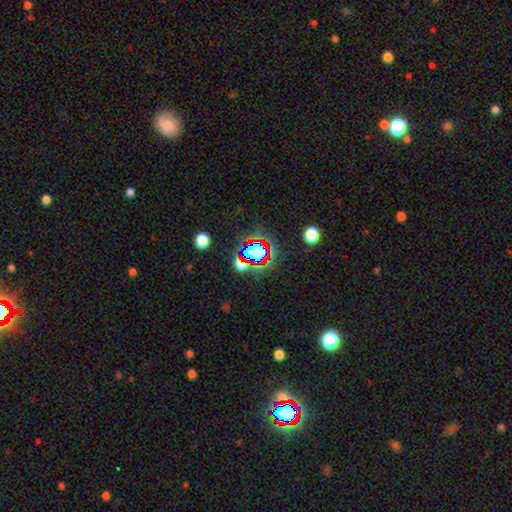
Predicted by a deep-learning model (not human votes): smooth-or-featured: star or artifact: 59% | smooth: 28% | featured or disk: 14%